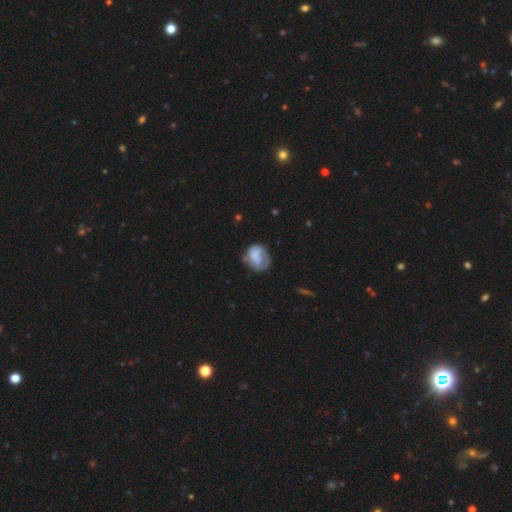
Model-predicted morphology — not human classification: smooth_or_featured: smooth (p=0.60) [alt: featured or disk p=0.33]
how_rounded: round (p=0.51) [alt: in between p=0.48]
merging: none (p=0.44) [alt: minor disturbance p=0.31]